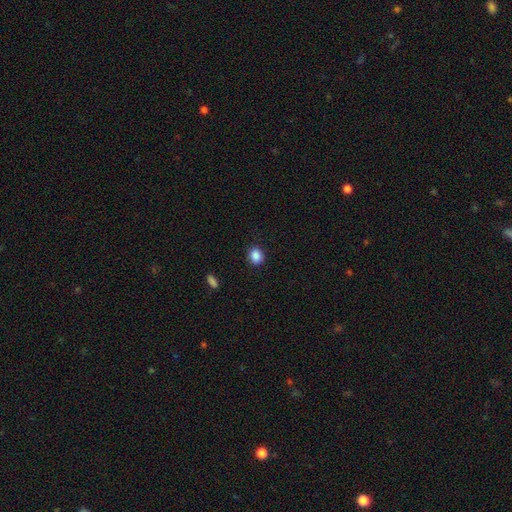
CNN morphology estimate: Smooth or featured? smooth (87%)
How rounded? round (71%)
Merging? none (89%)